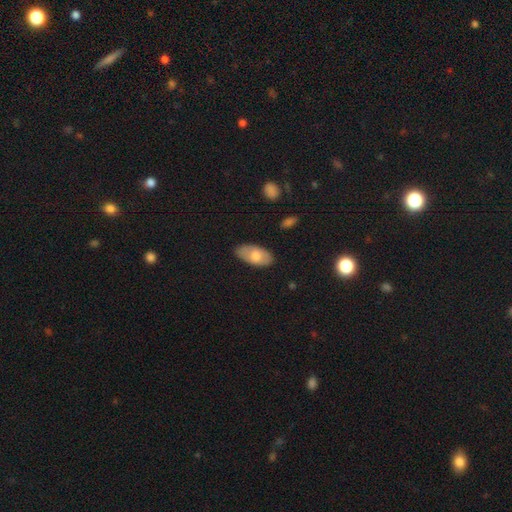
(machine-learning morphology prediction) Smooth or featured?
  - smooth: 66% *
  - featured or disk: 28%
  - star or artifact: 6%
How rounded?
  - in between: 93% *
  - cigar-shaped: 3%
  - round: 3%
Merging?
  - none: 81% *
  - minor disturbance: 15%
  - major disturbance: 3%
  - merger: 1%